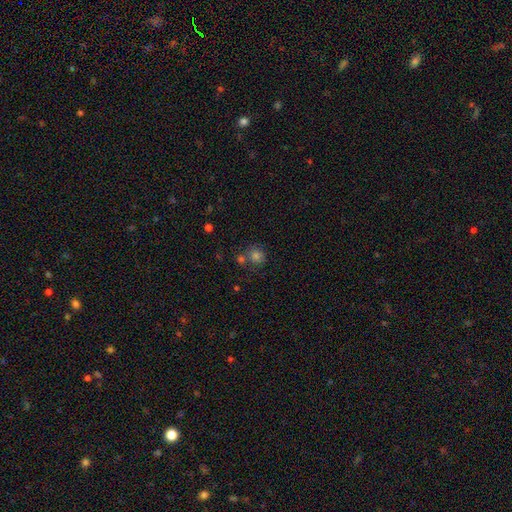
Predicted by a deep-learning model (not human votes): Morphology: type=smooth (76%); roundness=round (84%); merging=none (62%).